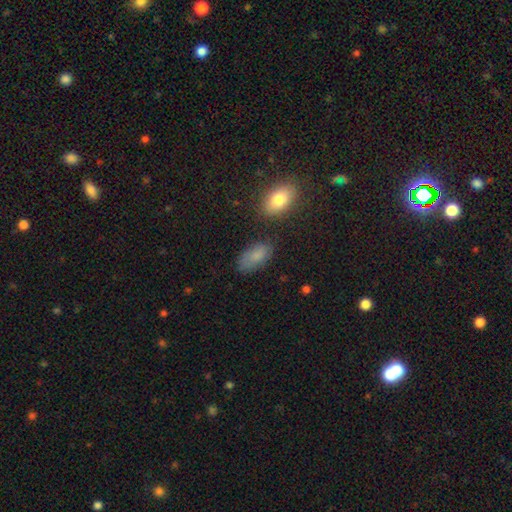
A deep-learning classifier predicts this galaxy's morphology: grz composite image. It shows a smooth galaxy with no disk features (82%) that is in between round and cigar-shaped (93%). Merging: none (71%).